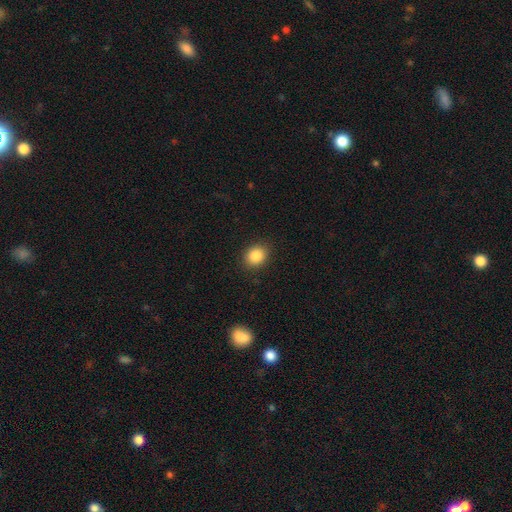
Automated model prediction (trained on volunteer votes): Smooth or featured: smooth — 86% (star or artifact — 10%)
How rounded: round — 61% (in between — 38%)
Merging: none — 89% (minor disturbance — 8%)